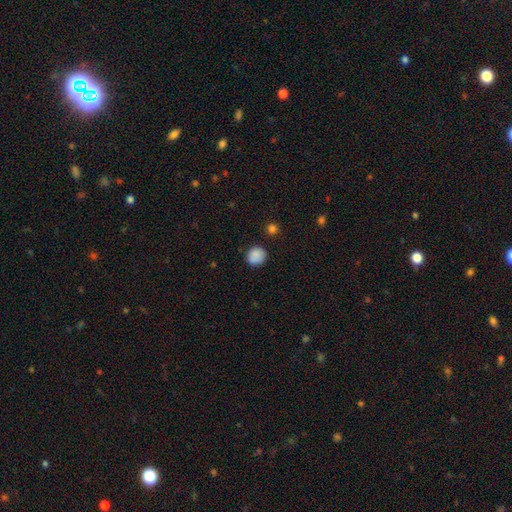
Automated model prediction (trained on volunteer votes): A smooth galaxy with no disk features (86%) that is round (81%). Merging: none (80%).